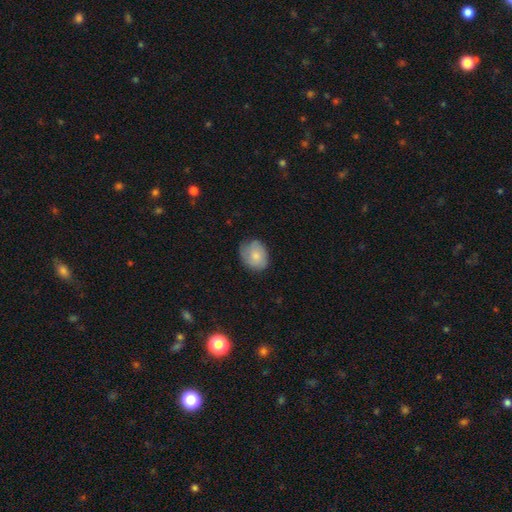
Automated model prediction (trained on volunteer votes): The model was most divided on "how rounded": in between: 53%, round: 46%, cigar-shaped: 1%. More confident: smooth or featured — smooth (75%); merging — none (61%).